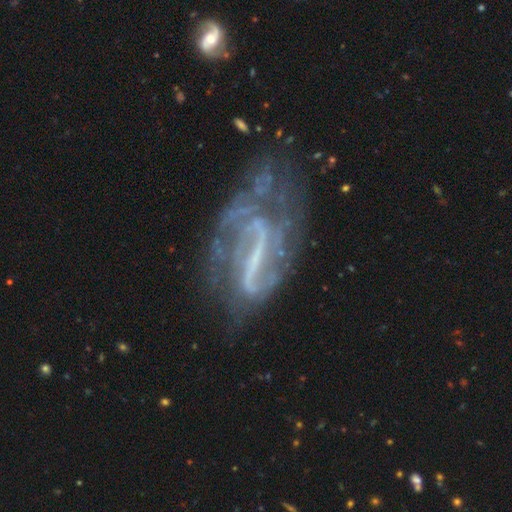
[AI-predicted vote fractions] This is clearly a featured or disk galaxy (82%). It is clearly not viewed edge-on (94%). Bar: likely strong (60%). Spiral arm pattern: likely yes (79%). Spiral arm count: possibly 2 (48%). Spiral winding: marginally medium (37%). Central bulge: possibly none (55%). Merging: marginally none (42%).